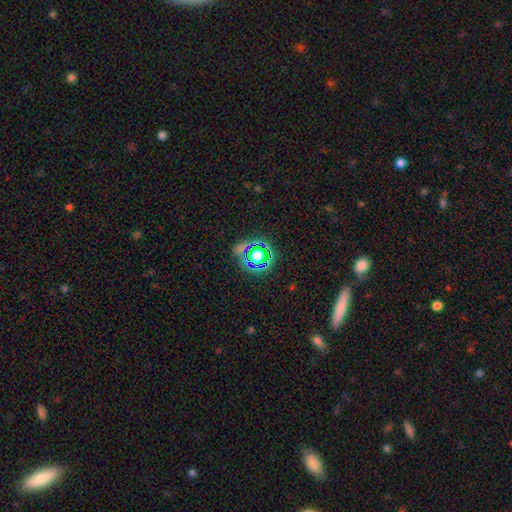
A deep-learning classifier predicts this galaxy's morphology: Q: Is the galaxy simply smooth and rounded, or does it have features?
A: star or artifact — 59%.